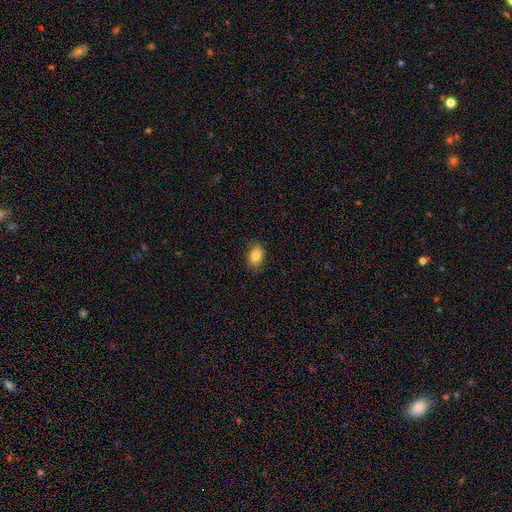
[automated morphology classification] Overall: smooth (82%). How rounded: in between (85%). Merging: none (85%).